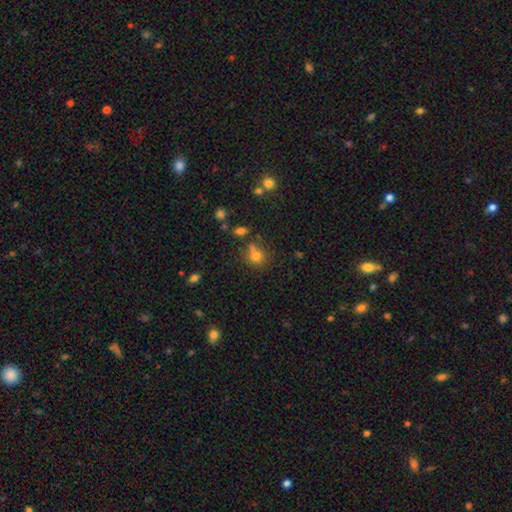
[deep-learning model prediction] The model was most divided on "merging": none: 55%, merger: 26%, minor disturbance: 13%, major disturbance: 5%. More confident: how rounded — round (77%); smooth or featured — smooth (73%).